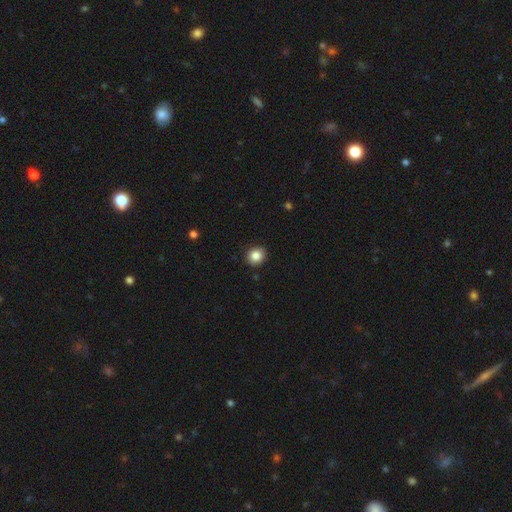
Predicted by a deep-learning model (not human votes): Overall: smooth (86%). How rounded: round (81%). Merging: none (89%).